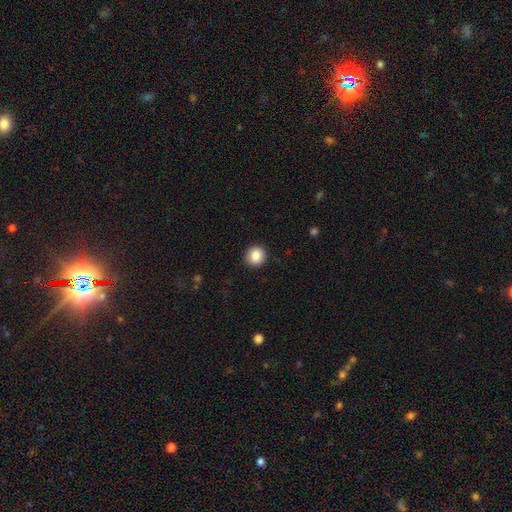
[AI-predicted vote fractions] Overall: smooth (87%). How rounded: round (90%). Merging: none (91%).